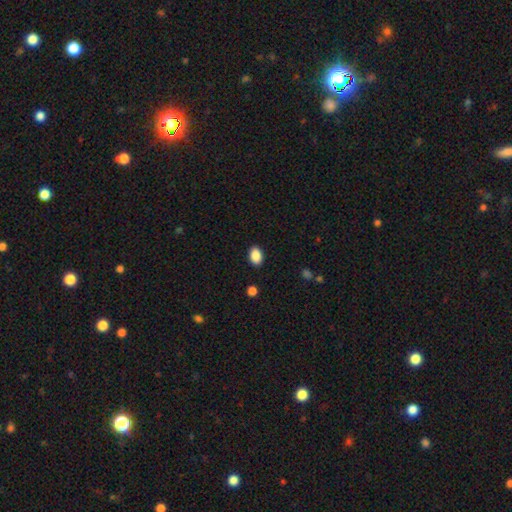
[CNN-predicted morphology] A smooth galaxy with no disk features (89%) that is in between round and cigar-shaped (86%). Merging: none (89%).